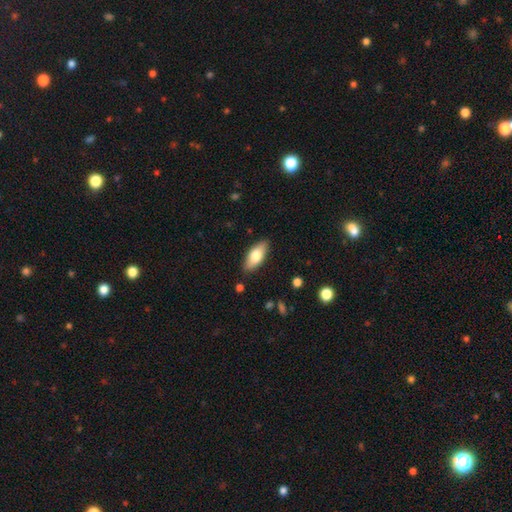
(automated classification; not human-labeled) Smooth or featured: smooth — 71% (featured or disk — 23%)
How rounded: in between — 82% (cigar-shaped — 15%)
Merging: none — 87% (minor disturbance — 10%)